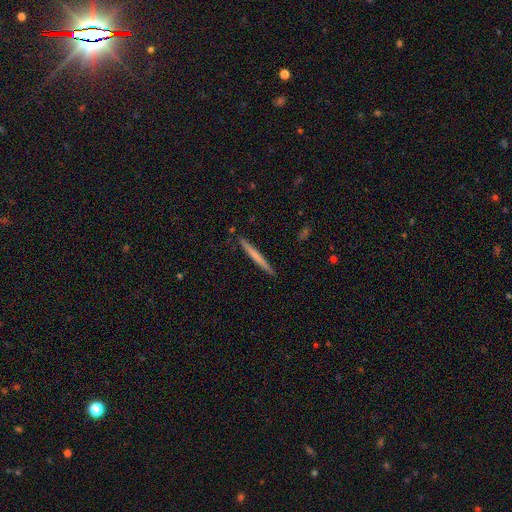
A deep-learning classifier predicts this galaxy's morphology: Smooth or featured? Predicted: smooth (p=0.53). How rounded? Predicted: cigar-shaped (p=0.97). Merging? Predicted: none (p=0.90).